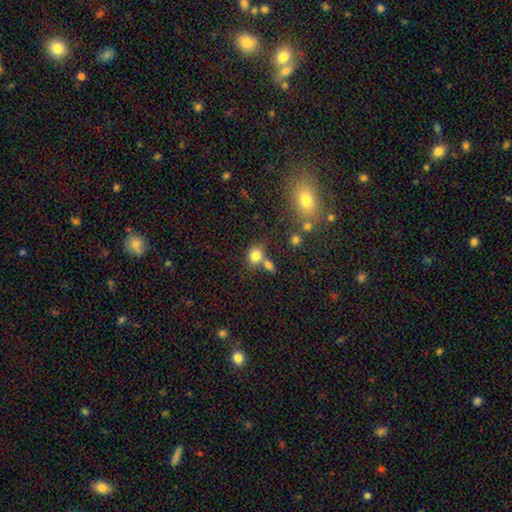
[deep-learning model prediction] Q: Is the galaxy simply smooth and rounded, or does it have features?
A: smooth — 79%.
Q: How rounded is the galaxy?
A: round — 59%.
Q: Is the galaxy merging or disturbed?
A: none — 51%.